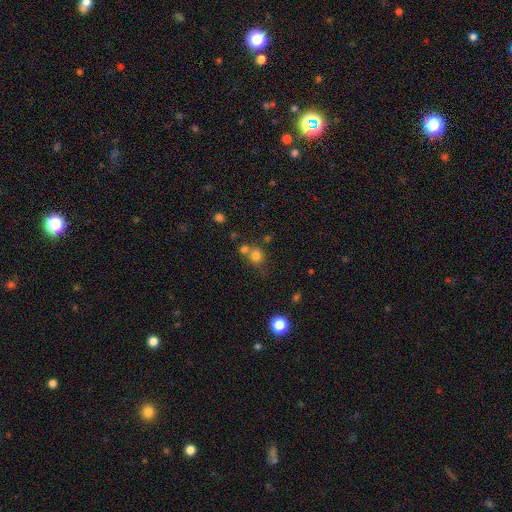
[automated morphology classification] A smooth galaxy with no disk features (76%) that is round (85%).

Vote fractions:
- Smooth or featured? smooth: 76% / star or artifact: 16% / featured or disk: 8%
- How rounded? round: 85% / in between: 14% / cigar-shaped: 1%
- Merging? none: 54% / merger: 32% / minor disturbance: 10% / major disturbance: 4%